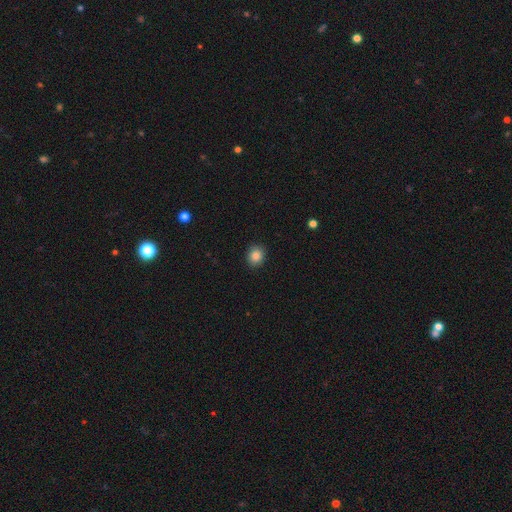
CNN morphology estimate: smooth_or_featured: smooth (p=0.86) [alt: star or artifact p=0.10]
how_rounded: round (p=0.72) [alt: in between p=0.27]
merging: none (p=0.90) [alt: minor disturbance p=0.07]